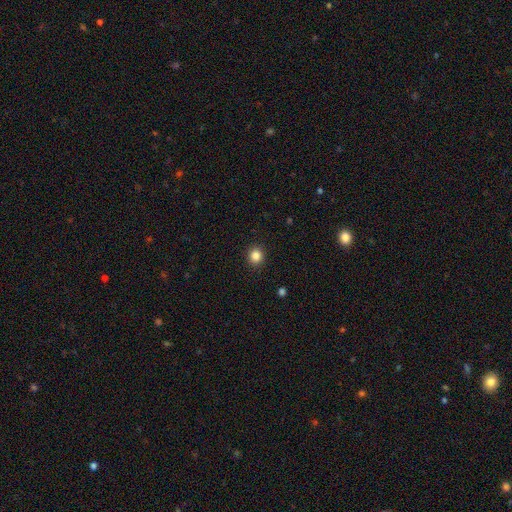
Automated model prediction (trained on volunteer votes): smooth_or_featured: smooth (p=0.85) [alt: star or artifact p=0.11]
how_rounded: round (p=0.86) [alt: in between p=0.13]
merging: none (p=0.92) [alt: minor disturbance p=0.05]